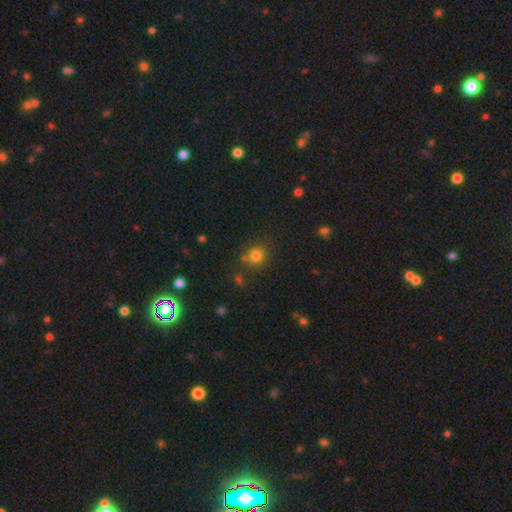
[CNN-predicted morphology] Smooth or featured?
  - smooth: 79% *
  - star or artifact: 15%
  - featured or disk: 7%
How rounded?
  - round: 74% *
  - in between: 25%
  - cigar-shaped: 1%
Merging?
  - none: 73% *
  - minor disturbance: 13%
  - merger: 9%
  - major disturbance: 5%